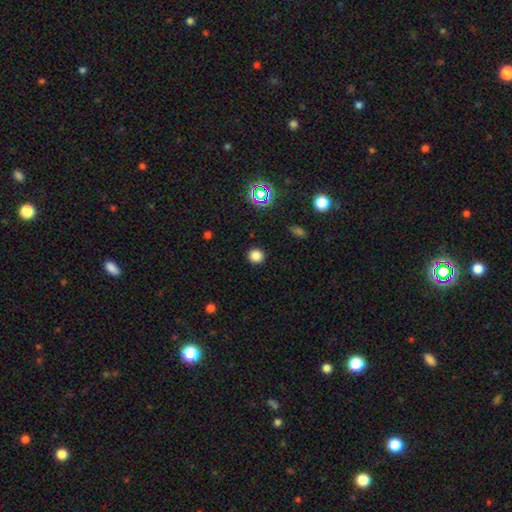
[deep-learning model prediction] This is clearly a smooth galaxy (80%). How rounded: clearly round (92%). Merging: clearly none (91%).